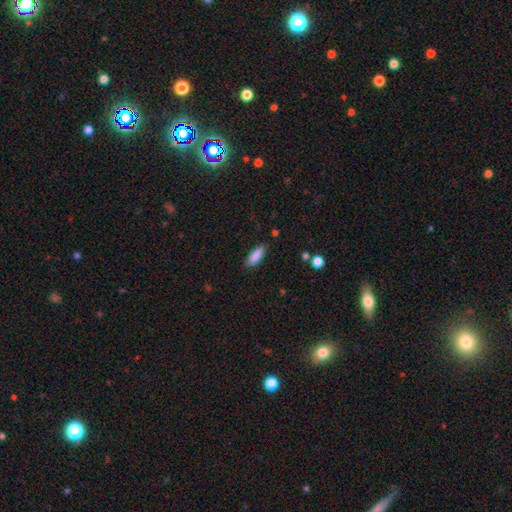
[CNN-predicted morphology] A smooth galaxy with no disk features (88%) that is in between round and cigar-shaped (73%).

Vote fractions:
- Smooth or featured? smooth: 88% / star or artifact: 7% / featured or disk: 5%
- How rounded? in between: 73% / cigar-shaped: 25% / round: 2%
- Merging? none: 84% / minor disturbance: 12% / major disturbance: 2% / merger: 1%